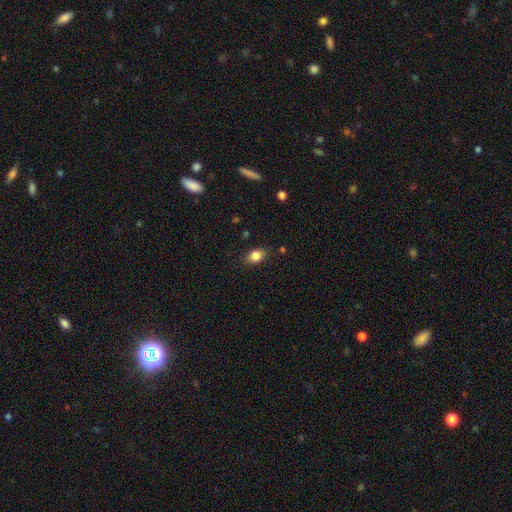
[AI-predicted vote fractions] smooth 83%, star or artifact 9%, featured or disk 7%. Down the decision tree: how rounded — in between (75%); merging — none (83%).